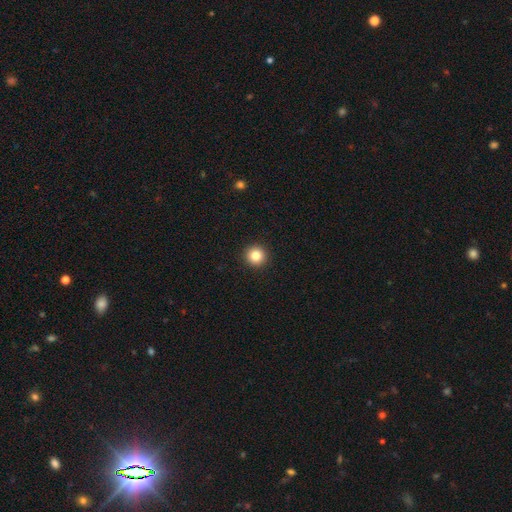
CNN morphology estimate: This appears to be a smooth galaxy with no disk features (82%) that is round (96%). Merging: none (94%).